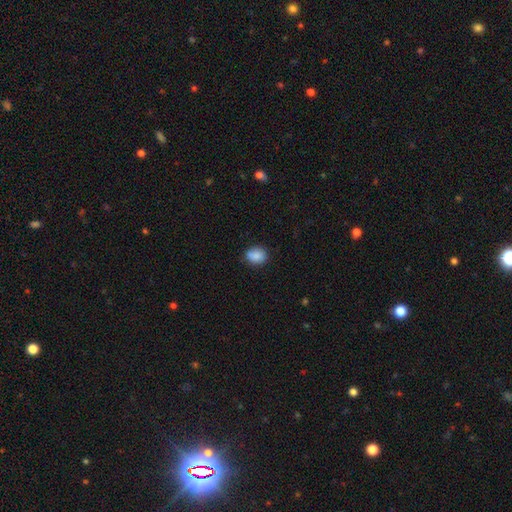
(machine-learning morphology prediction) type=smooth (85%); roundness=in between (50%); merging=none (76%).